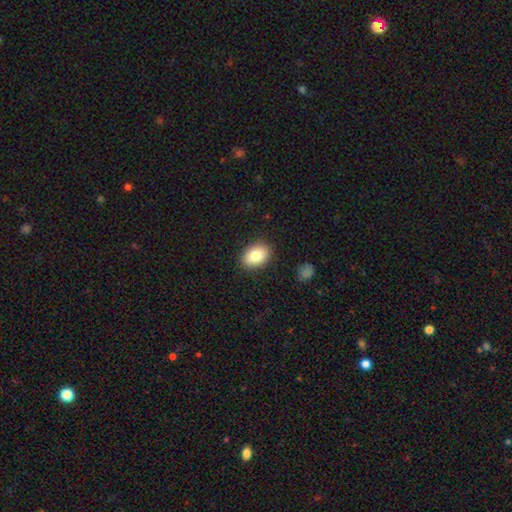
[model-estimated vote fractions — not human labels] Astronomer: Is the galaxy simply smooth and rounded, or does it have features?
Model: smooth — 85%.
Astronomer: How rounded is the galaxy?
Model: in between — 86%.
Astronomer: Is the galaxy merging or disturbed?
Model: none — 87%.